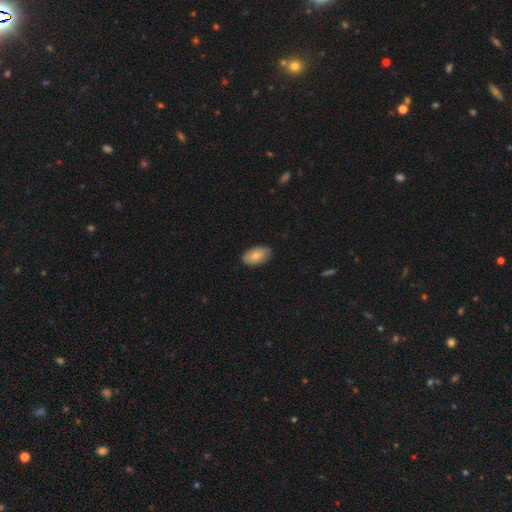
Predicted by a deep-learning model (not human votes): Smooth or featured? Predicted: smooth (p=0.79). How rounded? Predicted: in between (p=0.94). Merging? Predicted: none (p=0.86).